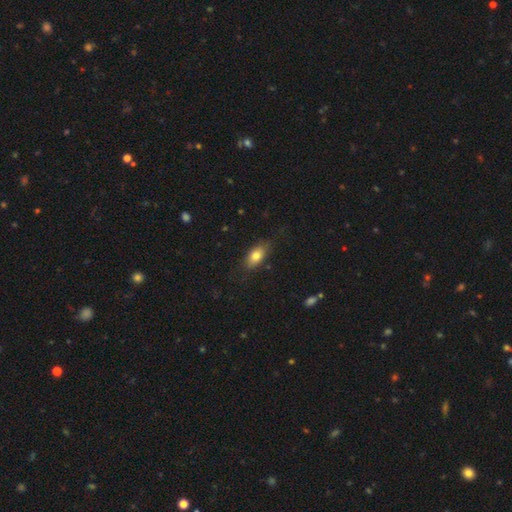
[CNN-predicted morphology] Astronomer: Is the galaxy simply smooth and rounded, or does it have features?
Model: smooth — 78%.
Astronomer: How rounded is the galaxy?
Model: in between — 86%.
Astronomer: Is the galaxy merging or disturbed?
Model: none — 77%.